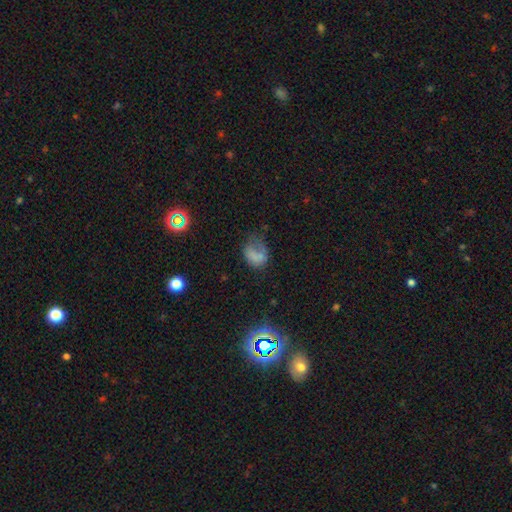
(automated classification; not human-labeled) smooth-or-featured: smooth: 65% | featured or disk: 20% | star or artifact: 15%
  how-rounded: in between: 66% | round: 32% | cigar-shaped: 1%
  merging: major disturbance: 34% | none: 32% | minor disturbance: 27% | merger: 7%